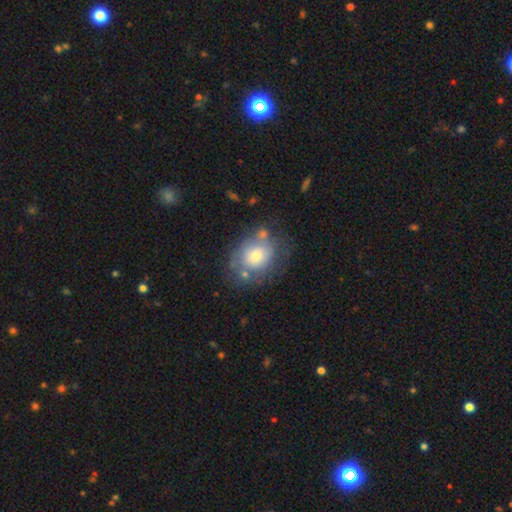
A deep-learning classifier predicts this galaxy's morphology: smooth-or-featured: smooth: 67% | featured or disk: 24% | star or artifact: 9%
  how-rounded: round: 58% | in between: 41% | cigar-shaped: 1%
  merging: none: 58% | minor disturbance: 21% | merger: 11% | major disturbance: 10%